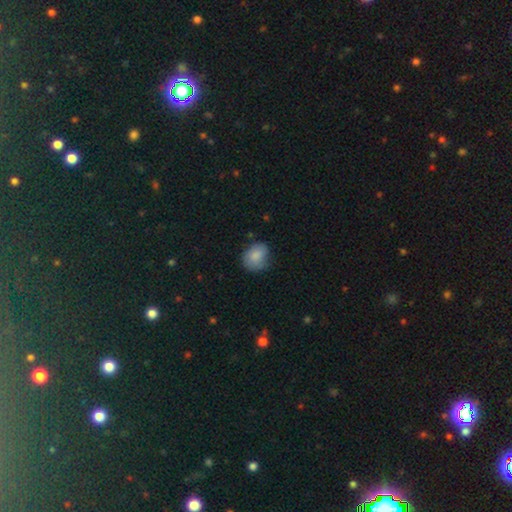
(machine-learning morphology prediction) smooth 82%, featured or disk 10%, star or artifact 7%. Down the decision tree: how rounded — round (53%); merging — none (61%).